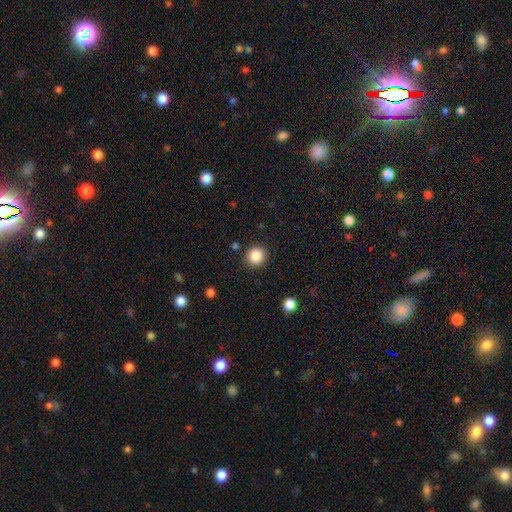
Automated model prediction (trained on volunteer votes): smooth_or_featured: smooth (p=0.87) [alt: star or artifact p=0.10]
how_rounded: round (p=0.92) [alt: in between p=0.07]
merging: none (p=0.89) [alt: minor disturbance p=0.07]